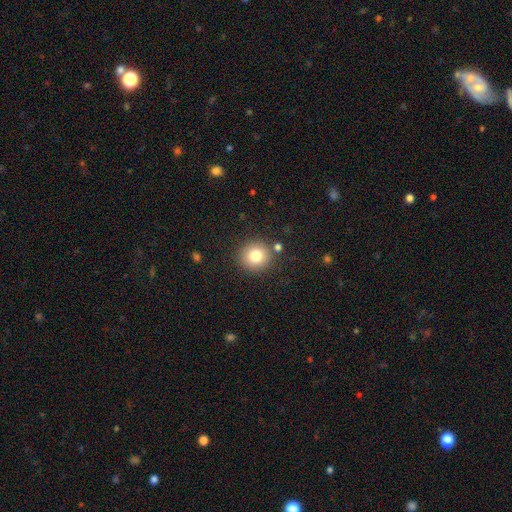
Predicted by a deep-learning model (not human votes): Smooth or featured: smooth — 80% (star or artifact — 11%)
How rounded: round — 91% (in between — 8%)
Merging: none — 85% (minor disturbance — 8%)